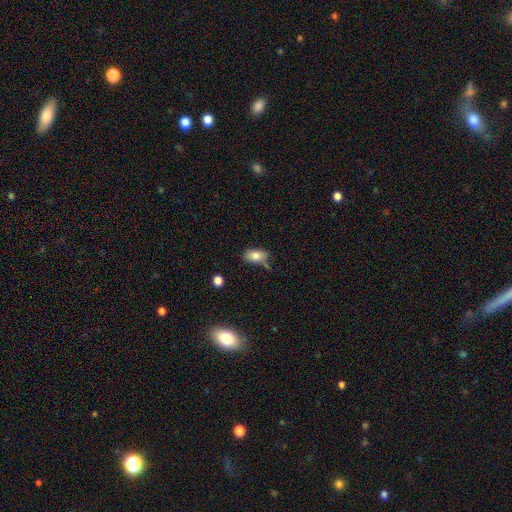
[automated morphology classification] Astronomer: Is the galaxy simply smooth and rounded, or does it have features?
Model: smooth — 80%.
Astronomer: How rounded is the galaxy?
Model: in between — 90%.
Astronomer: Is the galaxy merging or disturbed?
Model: none — 61%.